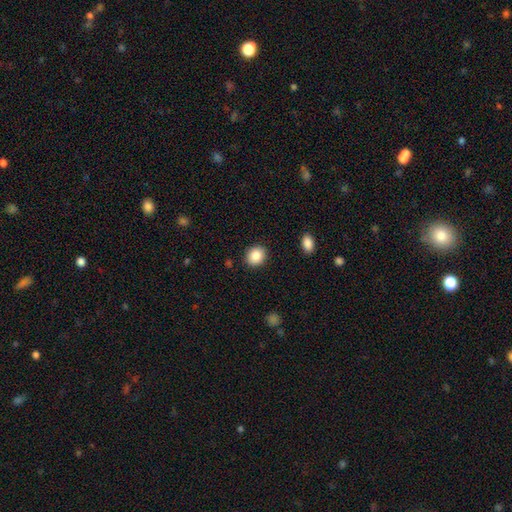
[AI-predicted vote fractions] Q: Smooth or featured?
A: smooth (87%); runner-up: star or artifact (8%)
Q: How rounded?
A: round (70%); runner-up: in between (29%)
Q: Merging?
A: none (90%); runner-up: minor disturbance (7%)